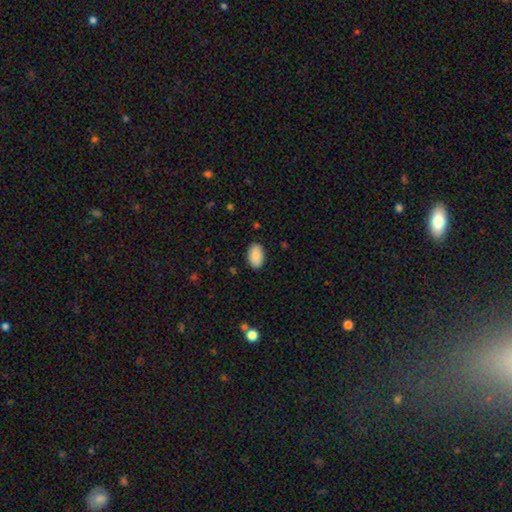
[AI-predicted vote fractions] Morphology: type=smooth (86%); roundness=in between (93%); merging=none (87%).